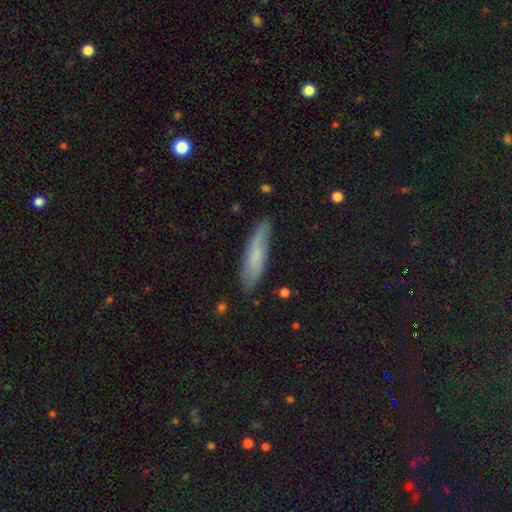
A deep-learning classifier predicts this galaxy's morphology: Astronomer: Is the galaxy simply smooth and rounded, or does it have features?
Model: smooth — 67%.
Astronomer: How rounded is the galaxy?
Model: cigar-shaped — 73%.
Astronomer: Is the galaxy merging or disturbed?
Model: none — 78%.